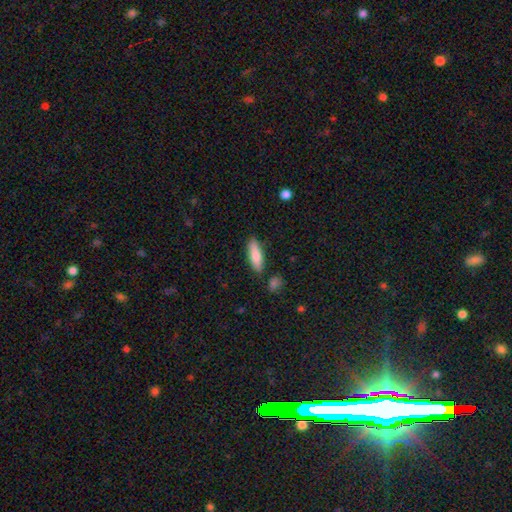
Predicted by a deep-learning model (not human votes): Morphology: type=smooth (80%); roundness=cigar-shaped (51%); merging=none (82%).